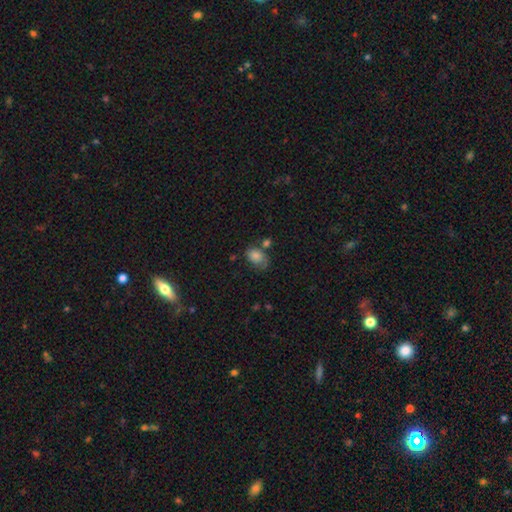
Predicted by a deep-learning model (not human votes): The model was most divided on "merging": none: 44%, minor disturbance: 28%, major disturbance: 14%, merger: 13%. More confident: how rounded — in between (77%); smooth or featured — smooth (72%).